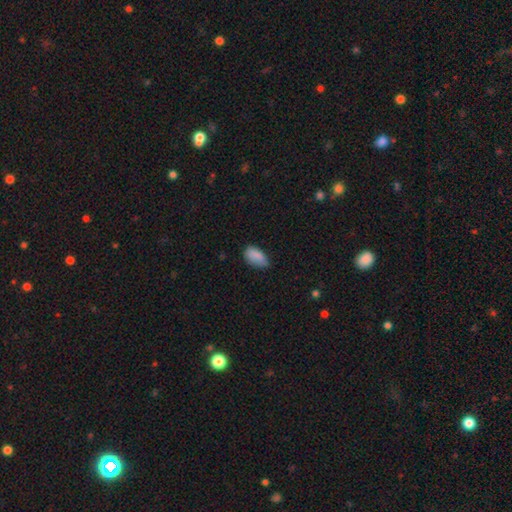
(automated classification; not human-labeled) Morphology: type=smooth (87%); roundness=in between (93%); merging=none (61%).